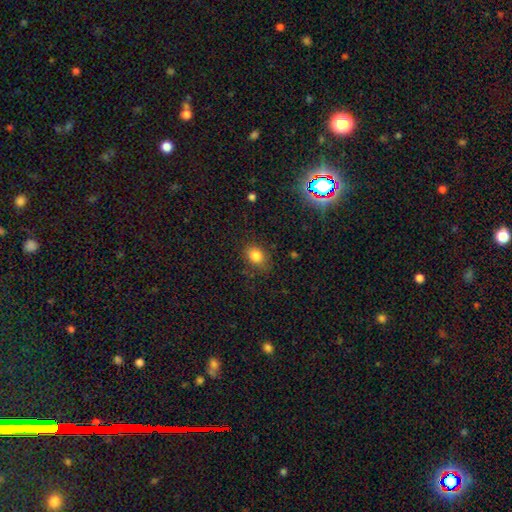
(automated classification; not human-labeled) A smooth galaxy with no disk features (82%) that is in between round and cigar-shaped (56%). Merging: none (80%).